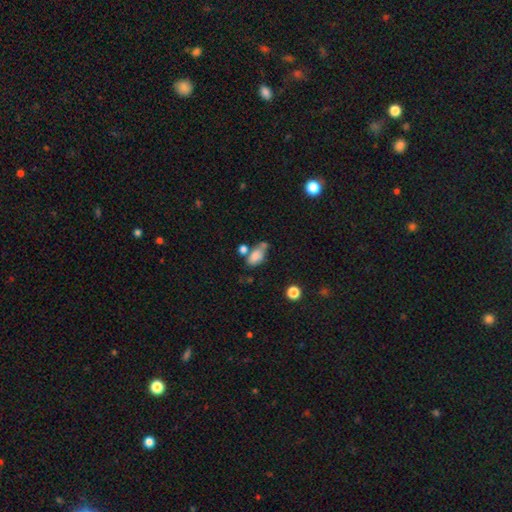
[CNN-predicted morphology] A smooth galaxy with no disk features (78%) that is in between round and cigar-shaped (88%).

Vote fractions:
- Smooth or featured? smooth: 78% / featured or disk: 12% / star or artifact: 11%
- How rounded? in between: 88% / round: 9% / cigar-shaped: 3%
- Merging? none: 35% / merger: 32% / minor disturbance: 22% / major disturbance: 12%